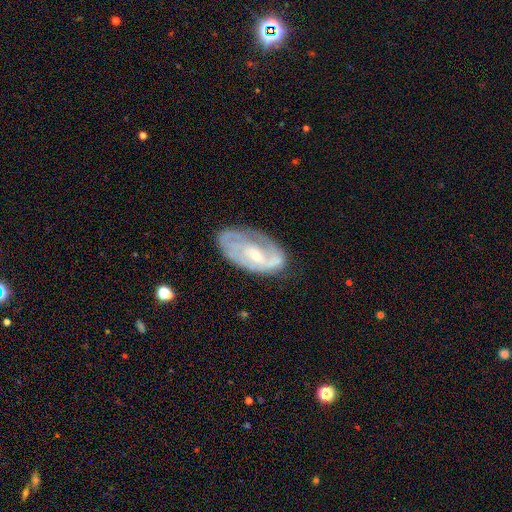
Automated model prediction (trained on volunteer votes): Smooth or featured: featured or disk — 77% (smooth — 17%)
Edge-on disk: no — 95% (yes — 5%)
Bar: no — 47% (weak — 40%)
Spiral arms: yes — 85% (no — 15%)
Spiral winding: tight — 45% (medium — 37%)
Spiral arm count: 2 — 42% (can't tell — 32%)
Bulge size: small — 62% (moderate — 33%)
Merging: none — 62% (minor disturbance — 24%)